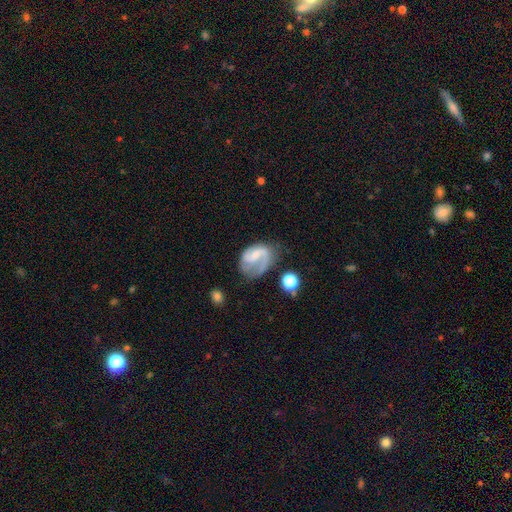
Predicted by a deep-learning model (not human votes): Smooth or featured?
  - featured or disk: 74% *
  - smooth: 20%
  - star or artifact: 7%
Edge-on disk?
  - no: 98% *
  - yes: 2%
Bar?
  - weak: 49% *
  - no: 35%
  - strong: 17%
Spiral arms?
  - yes: 90% *
  - no: 10%
Spiral winding?
  - medium: 43% *
  - loose: 39%
  - tight: 18%
Spiral arm count?
  - 2: 57% *
  - 1: 34%
  - can't tell: 7%
  - 3: 1%
  - 4: 1%
  - more than 4: 1%
Bulge size?
  - small: 42% *
  - none: 30%
  - moderate: 23%
  - large: 3%
  - dominant: 1%
Merging?
  - none: 50% *
  - minor disturbance: 24%
  - major disturbance: 22%
  - merger: 4%